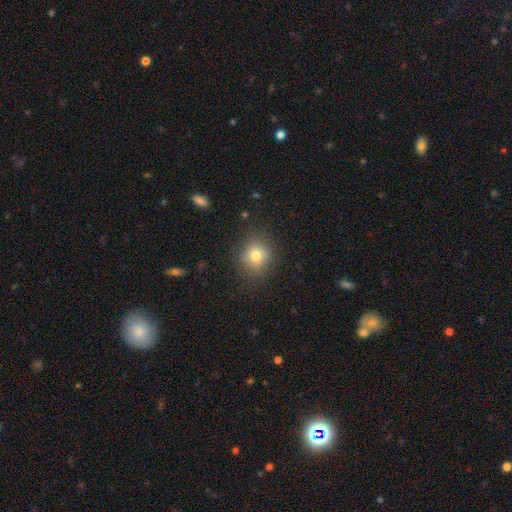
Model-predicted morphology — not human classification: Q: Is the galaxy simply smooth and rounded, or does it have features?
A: smooth — 76%.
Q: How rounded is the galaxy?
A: round — 85%.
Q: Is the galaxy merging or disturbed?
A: none — 84%.